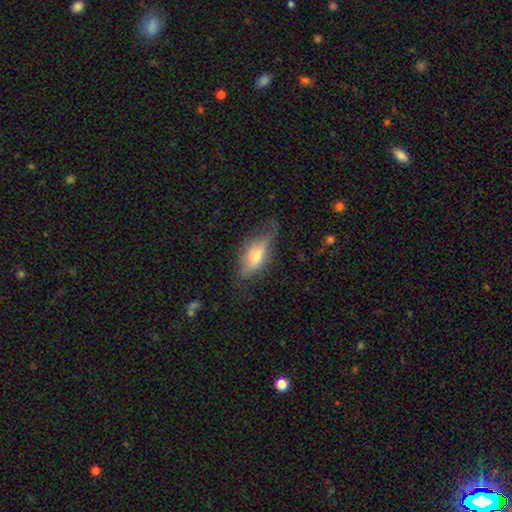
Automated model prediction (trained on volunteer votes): A smooth galaxy with no disk features (49%). Merging: none (60%).